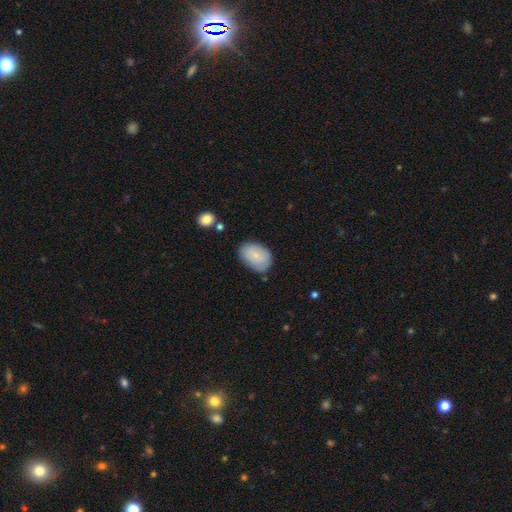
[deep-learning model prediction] This appears to be a smooth galaxy with no disk features (77%) that is in between round and cigar-shaped (86%). Merging: none (67%).